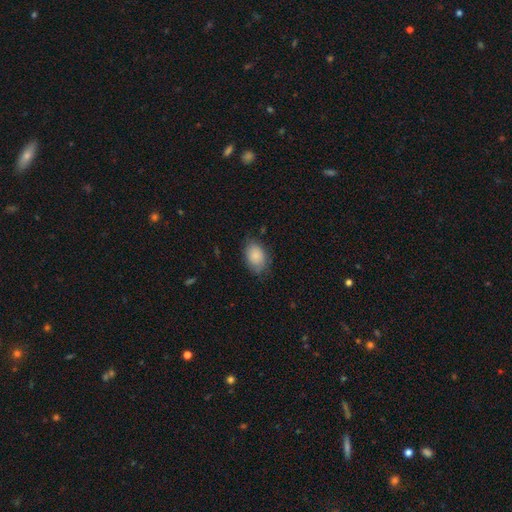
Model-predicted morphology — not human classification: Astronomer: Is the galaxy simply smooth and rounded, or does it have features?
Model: smooth — 85%.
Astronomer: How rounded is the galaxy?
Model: in between — 85%.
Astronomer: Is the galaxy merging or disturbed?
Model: none — 72%.